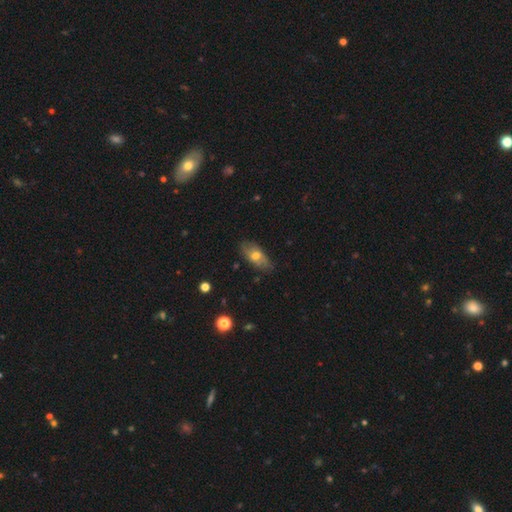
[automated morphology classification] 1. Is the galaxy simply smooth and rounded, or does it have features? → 56% smooth, 36% featured or disk, 8% star or artifact.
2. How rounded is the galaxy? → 86% in between, 10% cigar-shaped, 5% round.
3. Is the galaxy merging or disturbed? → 74% none, 21% minor disturbance, 4% major disturbance, 2% merger.